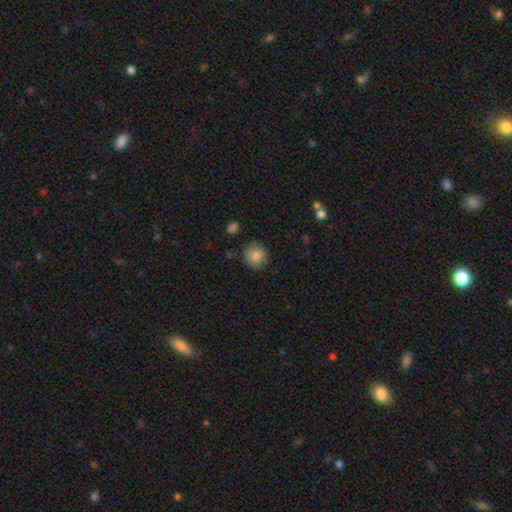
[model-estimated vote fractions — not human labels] This is clearly a smooth galaxy (85%). How rounded: clearly round (87%). Merging: clearly none (83%).